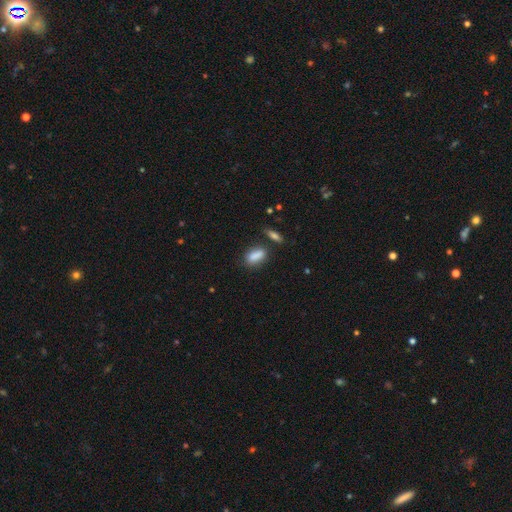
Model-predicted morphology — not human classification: Smooth or featured? Predicted: smooth (p=0.86). How rounded? Predicted: in between (p=0.78). Merging? Predicted: none (p=0.69).